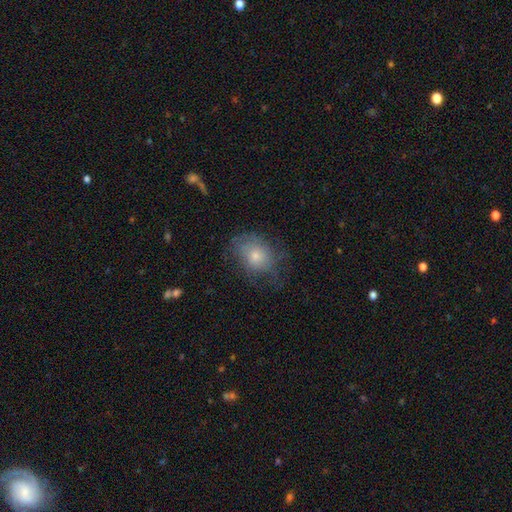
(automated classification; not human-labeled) This appears to be a smooth galaxy with no disk features (58%) that is in between round and cigar-shaped (55%). Merging: none (56%).